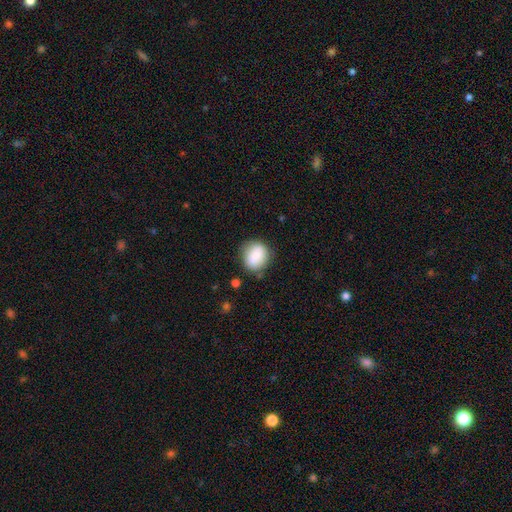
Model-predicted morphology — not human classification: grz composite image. It shows a smooth galaxy with no disk features (79%) that is round (72%). Merging: none (73%).